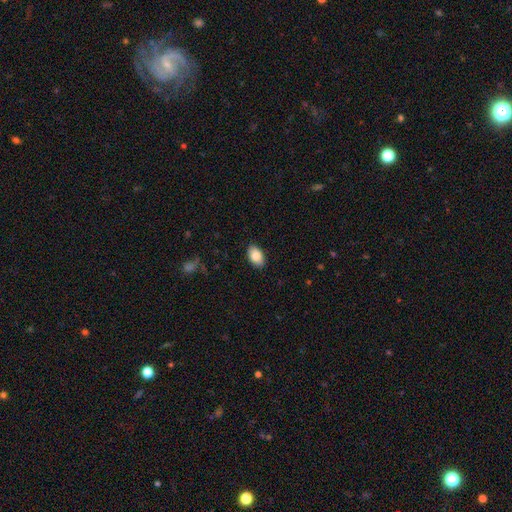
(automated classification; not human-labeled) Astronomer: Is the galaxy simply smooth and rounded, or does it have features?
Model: smooth — 84%.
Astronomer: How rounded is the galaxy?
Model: in between — 92%.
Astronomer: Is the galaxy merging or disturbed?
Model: none — 88%.